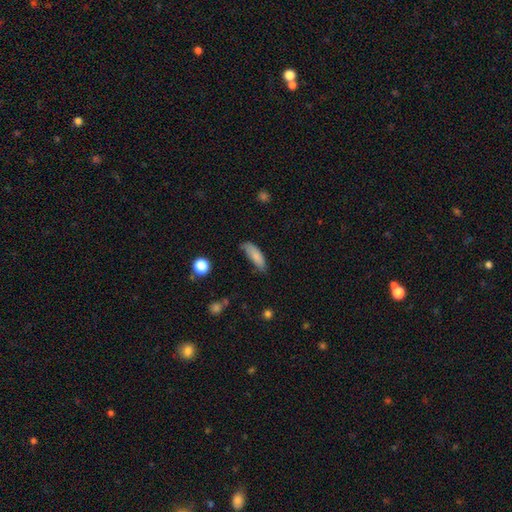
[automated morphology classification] A smooth galaxy with no disk features (82%) that is in between round and cigar-shaped (61%).

Vote fractions:
- Smooth or featured? smooth: 82% / featured or disk: 11% / star or artifact: 7%
- How rounded? in between: 61% / cigar-shaped: 37% / round: 2%
- Merging? none: 56% / minor disturbance: 33% / major disturbance: 8% / merger: 3%